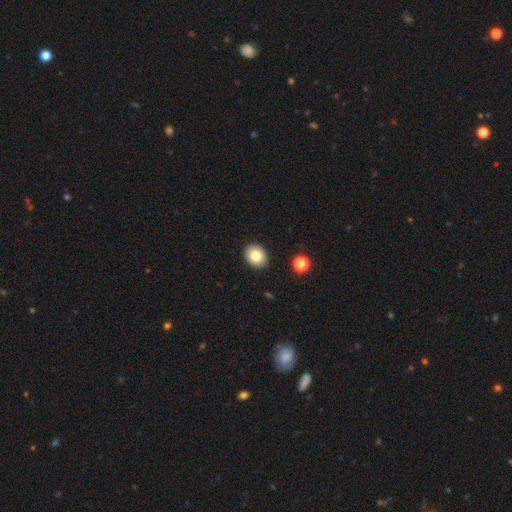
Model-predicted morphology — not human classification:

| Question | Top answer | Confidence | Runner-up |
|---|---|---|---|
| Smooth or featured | smooth | 83% | star or artifact (9%) |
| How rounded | round | 55% | in between (44%) |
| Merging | none | 90% | minor disturbance (7%) |